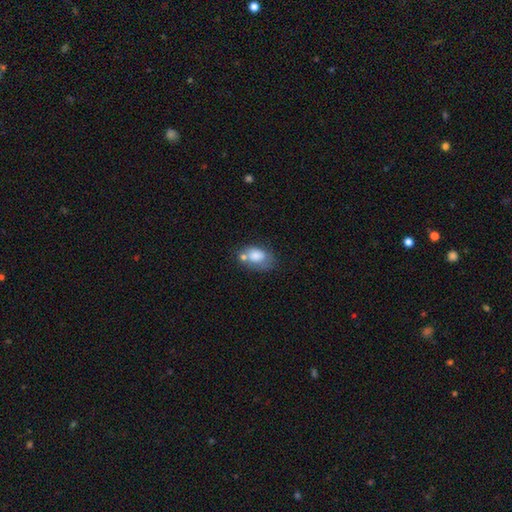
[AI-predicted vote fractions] Overall: smooth (76%). How rounded: in between (81%). Merging: none (41%; merger 27%).